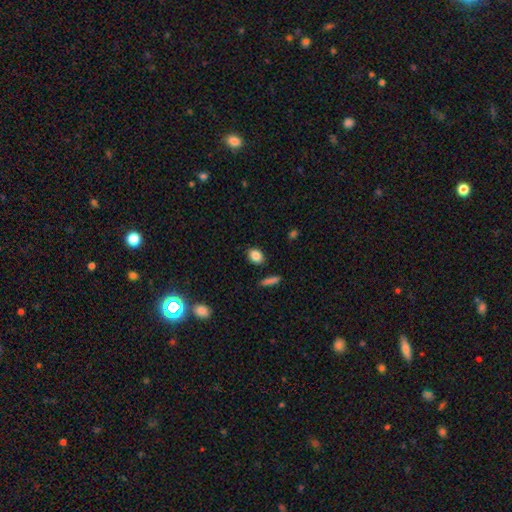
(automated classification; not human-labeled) smooth-or-featured: smooth: 85% | star or artifact: 9% | featured or disk: 6%
  how-rounded: in between: 70% | round: 28% | cigar-shaped: 2%
  merging: none: 87% | minor disturbance: 9% | merger: 2% | major disturbance: 2%